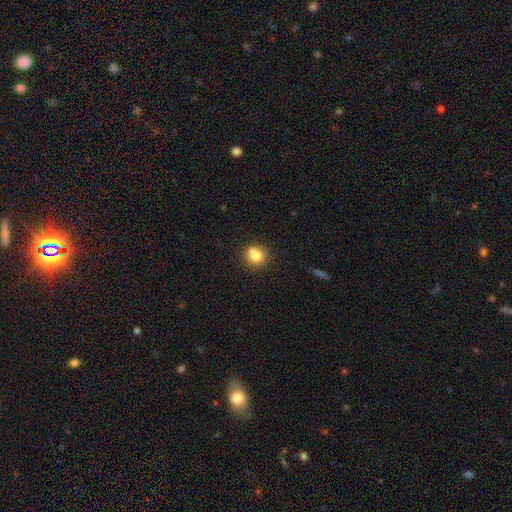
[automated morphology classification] type=smooth (75%); roundness=round (84%); merging=none (55%).